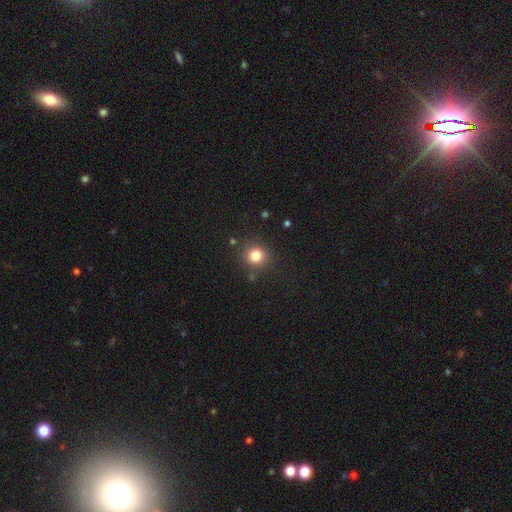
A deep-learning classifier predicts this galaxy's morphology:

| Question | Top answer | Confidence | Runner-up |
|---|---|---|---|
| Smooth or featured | smooth | 81% | star or artifact (13%) |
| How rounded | round | 89% | in between (10%) |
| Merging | none | 86% | minor disturbance (8%) |